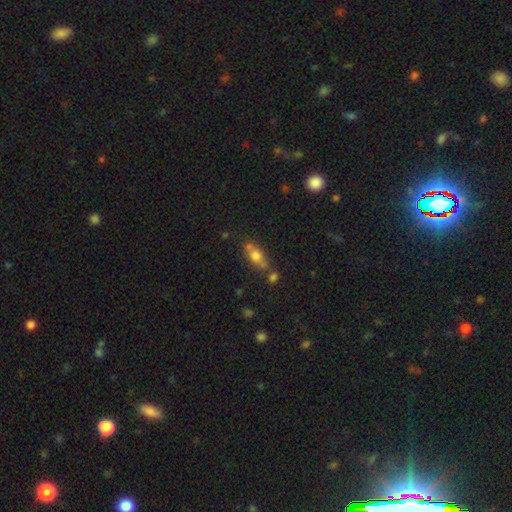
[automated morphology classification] Smooth or featured? Predicted: smooth (p=0.64). How rounded? Predicted: in between (p=0.71). Merging? Predicted: none (p=0.52).